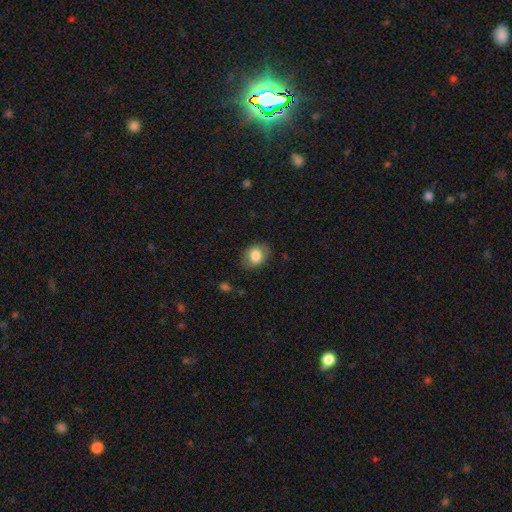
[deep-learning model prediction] smooth_or_featured: smooth (p=0.80) [alt: featured or disk p=0.12]
how_rounded: in between (p=0.66) [alt: round p=0.33]
merging: none (p=0.79) [alt: minor disturbance p=0.15]